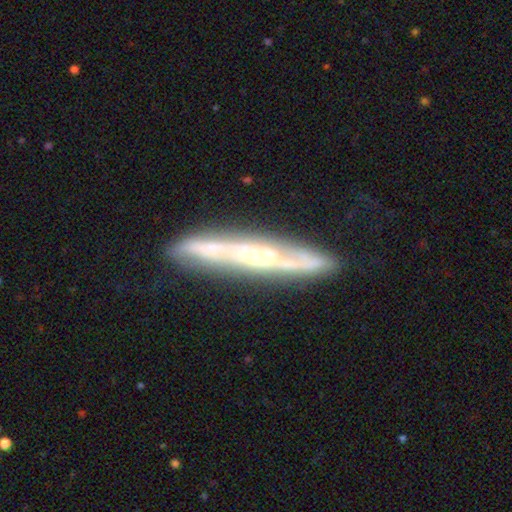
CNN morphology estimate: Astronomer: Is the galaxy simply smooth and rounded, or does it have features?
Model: featured or disk — 79%.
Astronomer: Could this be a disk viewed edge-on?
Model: yes — 70%.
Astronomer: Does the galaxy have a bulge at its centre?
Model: rounded — 53% (runner-up: none, 41%).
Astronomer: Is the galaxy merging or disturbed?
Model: none — 81%.